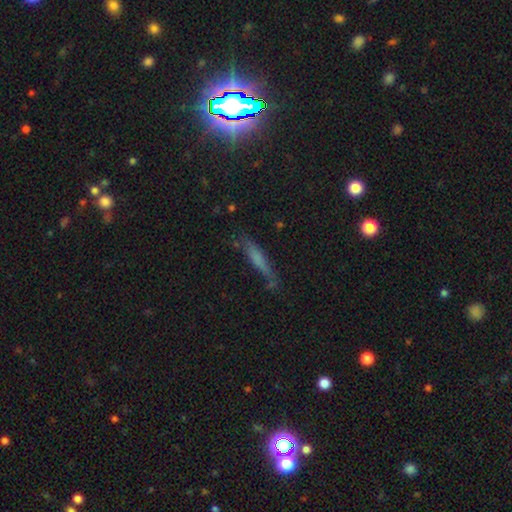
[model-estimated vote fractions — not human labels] The model was most divided on "smooth or featured": smooth: 59%, featured or disk: 29%, star or artifact: 12%. More confident: how rounded — cigar-shaped (89%); merging — none (68%).